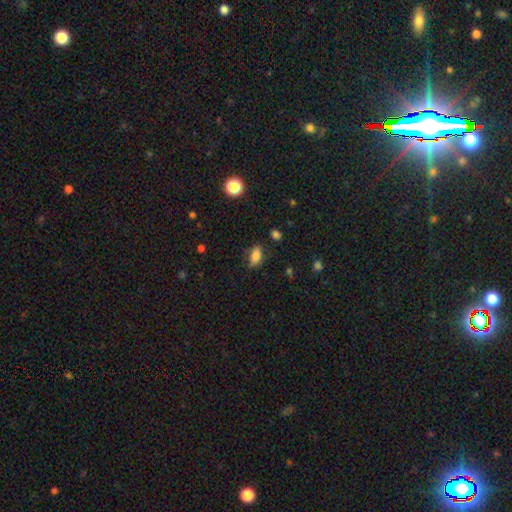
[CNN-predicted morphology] Overall: smooth (81%). How rounded: in between (88%). Merging: none (67%).